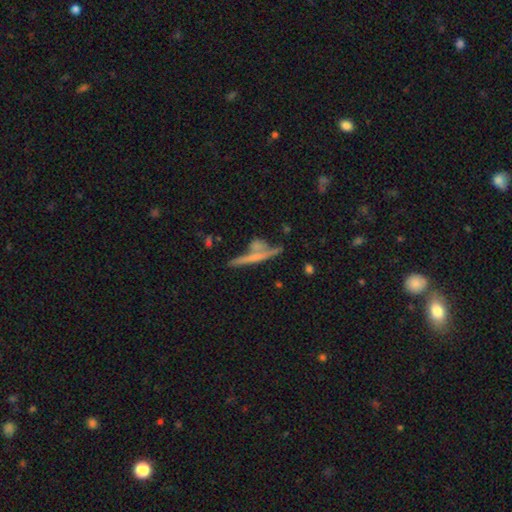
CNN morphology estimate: smooth_or_featured: featured or disk (p=0.47) [alt: smooth p=0.44]
merging: none (p=0.58) [alt: merger p=0.26]